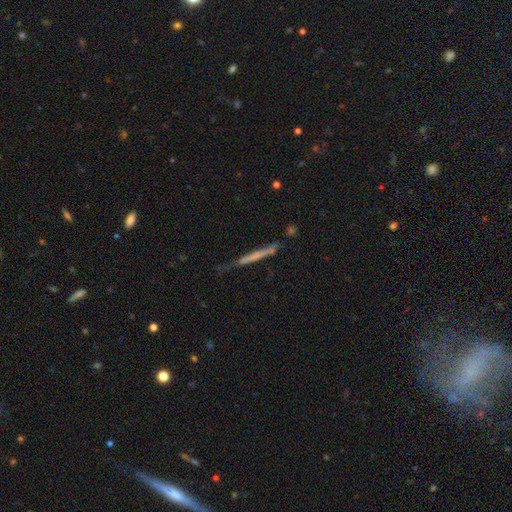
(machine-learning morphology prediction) This is possibly a smooth galaxy (47%). Merging: likely none (62%).